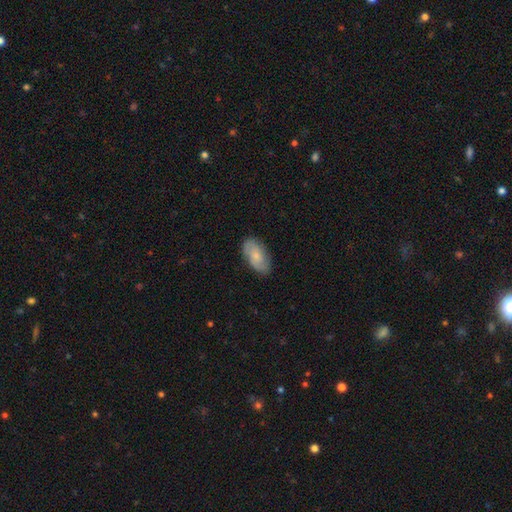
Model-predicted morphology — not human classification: Smooth or featured: smooth — 61% (featured or disk — 33%)
How rounded: in between — 93% (round — 3%)
Merging: none — 81% (minor disturbance — 15%)